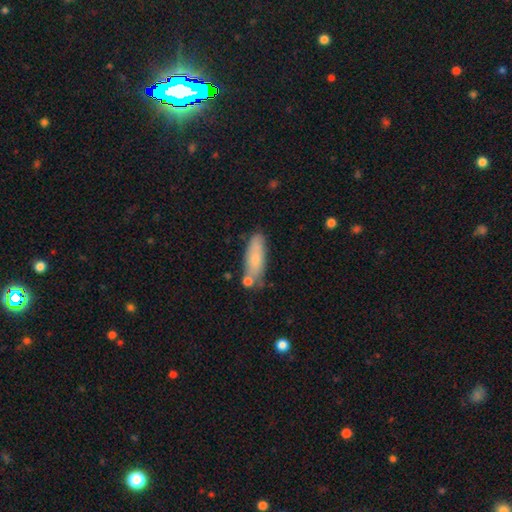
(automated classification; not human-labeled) Smooth or featured? smooth (72%)
How rounded? in between (58%)
Merging? none (67%)